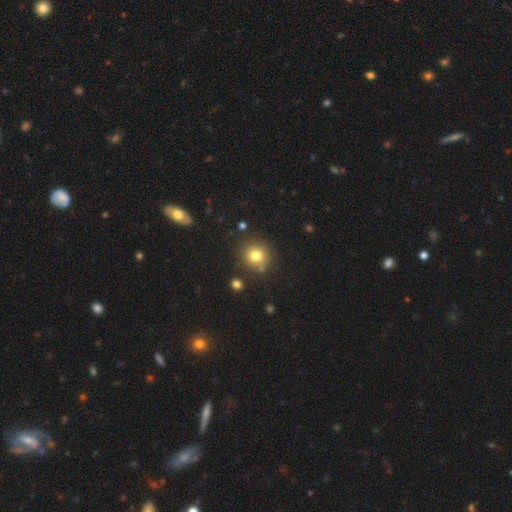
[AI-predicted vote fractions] Overall: smooth (79%). How rounded: round (90%). Merging: none (82%).